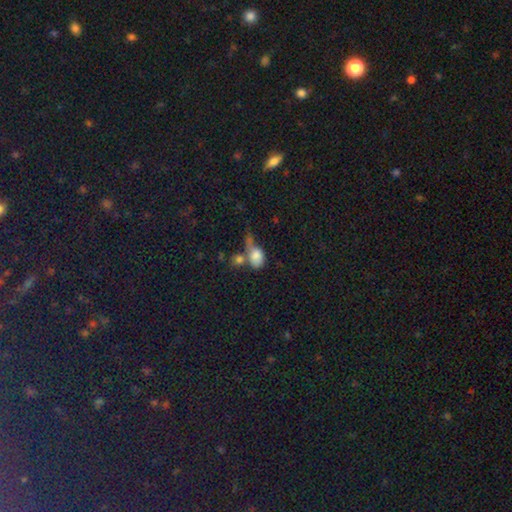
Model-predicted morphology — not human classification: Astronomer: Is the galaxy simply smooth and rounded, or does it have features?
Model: smooth — 76%.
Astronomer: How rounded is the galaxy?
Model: in between — 66%.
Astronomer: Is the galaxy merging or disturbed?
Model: merger — 43% (runner-up: major disturbance, 22%).